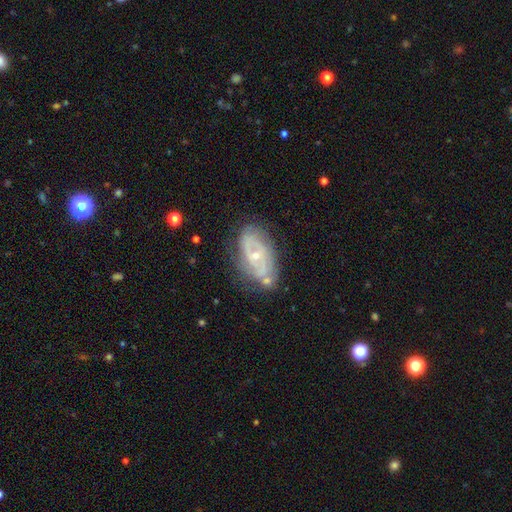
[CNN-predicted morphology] Smooth or featured?
  - featured or disk: 80% *
  - smooth: 13%
  - star or artifact: 7%
Edge-on disk?
  - no: 95% *
  - yes: 5%
Bar?
  - no: 58% *
  - weak: 33%
  - strong: 9%
Spiral arms?
  - yes: 88% *
  - no: 12%
Spiral winding?
  - tight: 53% *
  - medium: 36%
  - loose: 11%
Spiral arm count?
  - 2: 46% *
  - can't tell: 30%
  - 3: 13%
  - 4: 4%
  - 1: 4%
  - more than 4: 3%
Bulge size?
  - small: 68% *
  - moderate: 29%
  - none: 1%
  - large: 1%
  - dominant: 1%
Merging?
  - none: 65% *
  - minor disturbance: 22%
  - major disturbance: 8%
  - merger: 6%